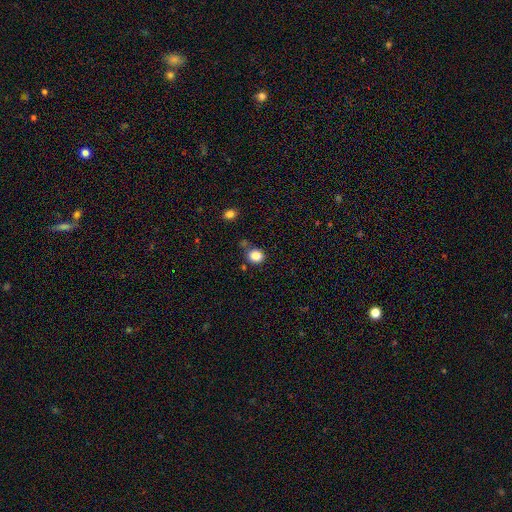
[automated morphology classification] type=smooth (84%); roundness=round (78%); merging=none (70%).